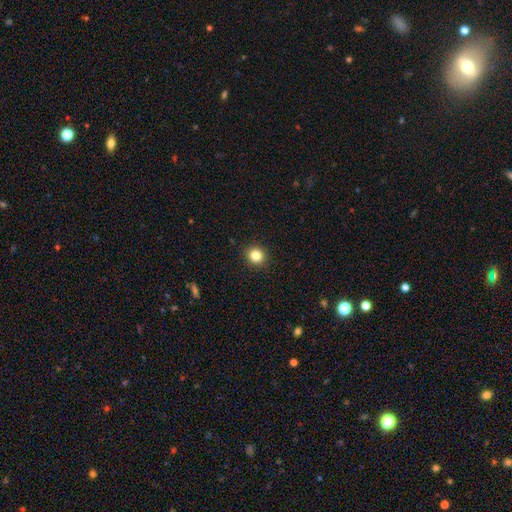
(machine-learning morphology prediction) Q: Smooth or featured?
A: smooth (83%); runner-up: star or artifact (11%)
Q: How rounded?
A: round (83%); runner-up: in between (16%)
Q: Merging?
A: none (92%); runner-up: minor disturbance (5%)